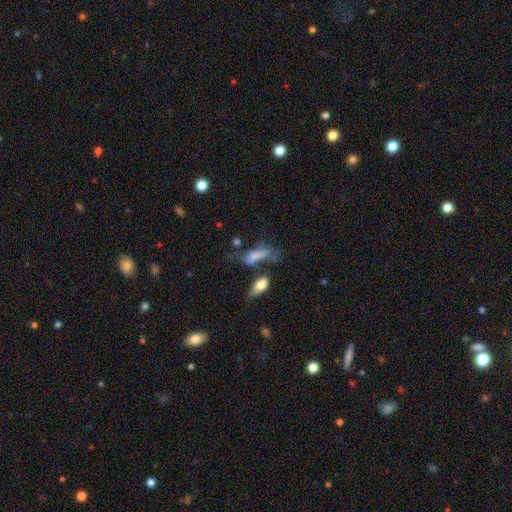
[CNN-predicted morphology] Smooth or featured? smooth (68%)
How rounded? in between (72%)
Merging? none (32%)